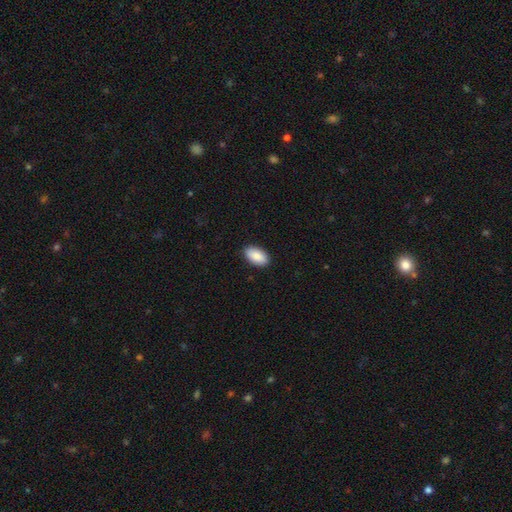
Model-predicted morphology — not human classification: smooth 89%, star or artifact 6%, featured or disk 5%. Down the decision tree: how rounded — in between (95%); merging — none (90%).